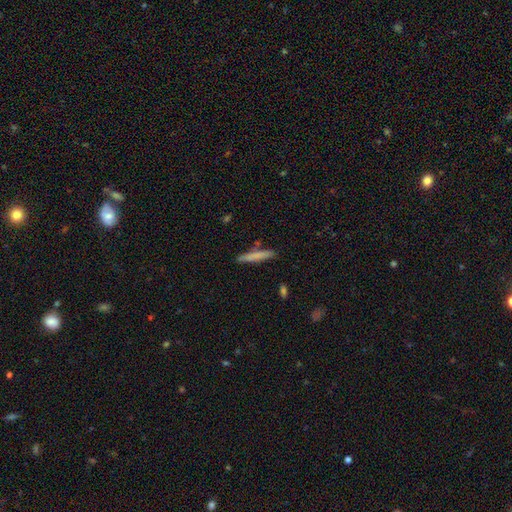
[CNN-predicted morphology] This is likely a smooth galaxy (72%). How rounded: clearly cigar-shaped (94%). Merging: clearly none (86%).